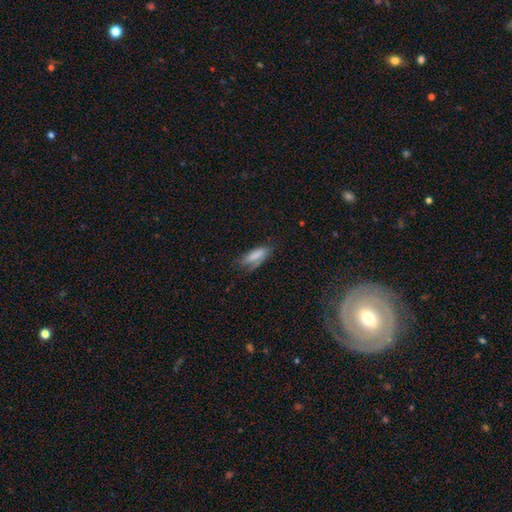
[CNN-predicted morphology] Smooth or featured? smooth (76%)
How rounded? in between (67%)
Merging? none (53%)